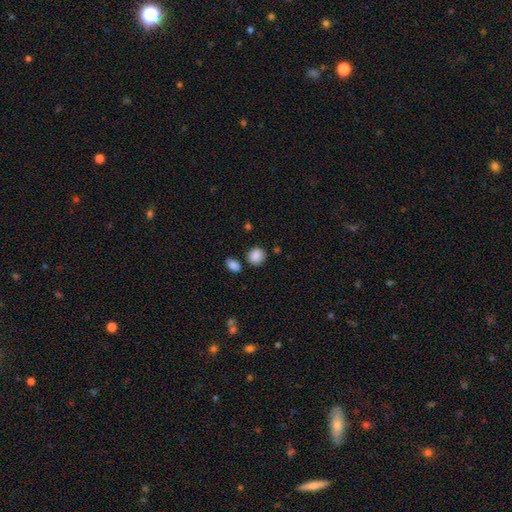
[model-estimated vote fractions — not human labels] Smooth or featured? smooth (87%)
How rounded? round (73%)
Merging? none (76%)